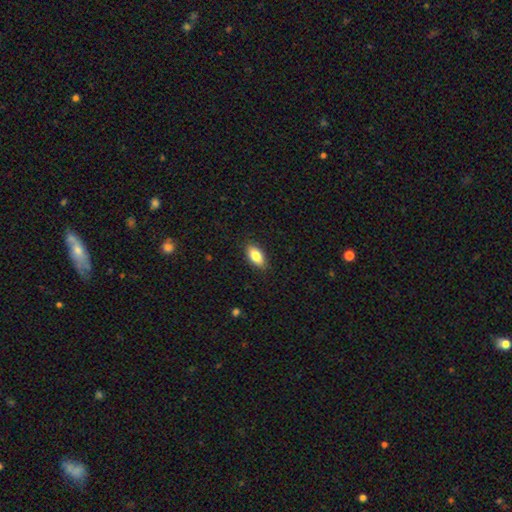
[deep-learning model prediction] Overall: smooth (82%). How rounded: in between (90%). Merging: none (89%).